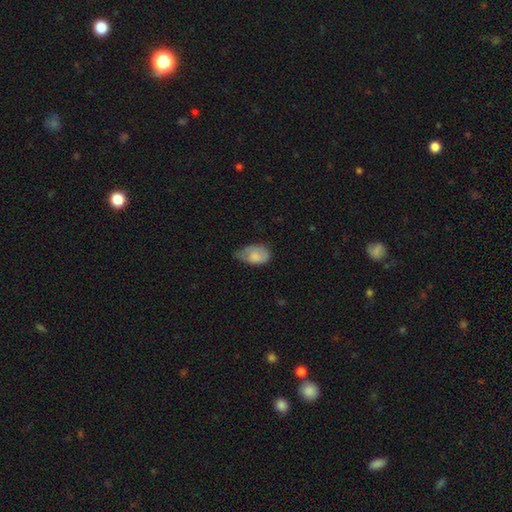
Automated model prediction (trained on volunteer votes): smooth-or-featured: smooth: 76% | featured or disk: 17% | star or artifact: 7%
  how-rounded: in between: 90% | round: 8% | cigar-shaped: 2%
  merging: minor disturbance: 47% | none: 36% | major disturbance: 15% | merger: 2%